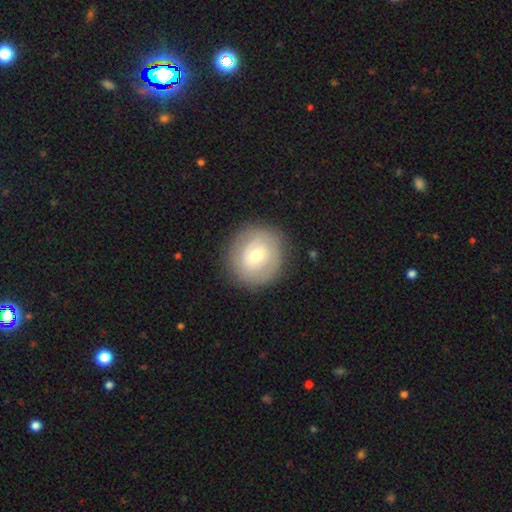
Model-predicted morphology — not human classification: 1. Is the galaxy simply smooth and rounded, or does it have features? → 47% featured or disk, 46% smooth, 7% star or artifact.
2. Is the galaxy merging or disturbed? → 86% none, 10% minor disturbance, 4% major disturbance, 1% merger.